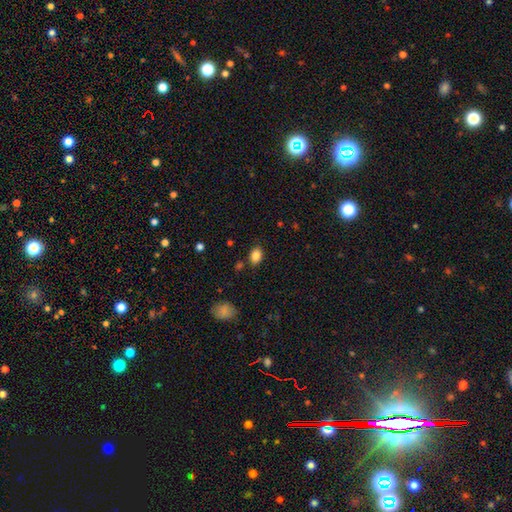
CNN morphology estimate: Smooth or featured? smooth (85%)
How rounded? in between (76%)
Merging? none (82%)